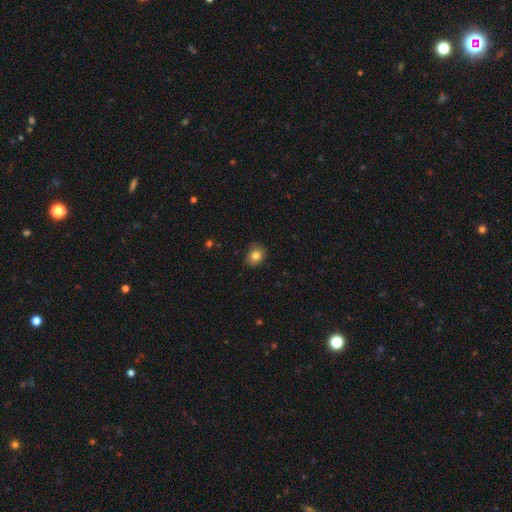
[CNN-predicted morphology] Overall: smooth (82%). How rounded: round (51%; in between 48%). Merging: none (83%).